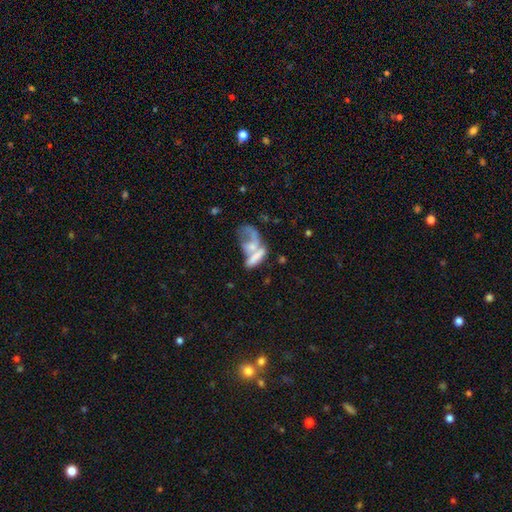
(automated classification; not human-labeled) Overall: smooth (51%; featured or disk 39%). How rounded: in between (65%; cigar-shaped 28%). Merging: merger (57%; major disturbance 18%).